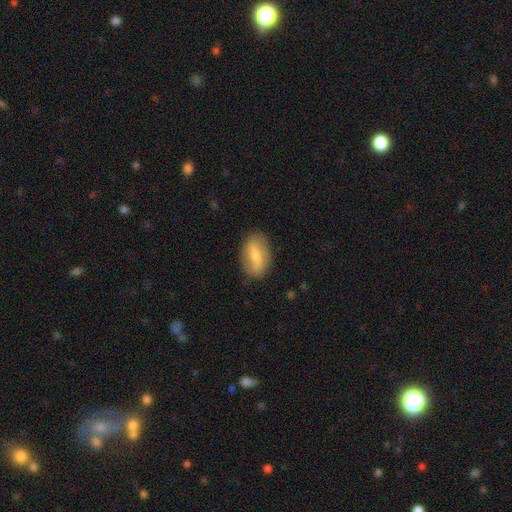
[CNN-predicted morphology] A smooth galaxy with no disk features (49%).

Vote fractions:
- Smooth or featured? smooth: 49% / featured or disk: 44% / star or artifact: 7%
- Merging? none: 80% / minor disturbance: 14% / major disturbance: 4% / merger: 1%